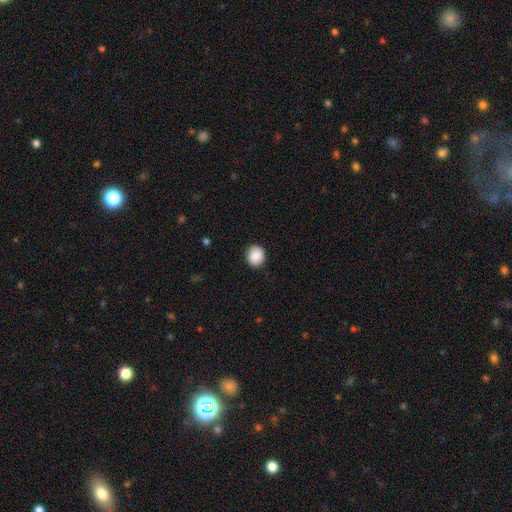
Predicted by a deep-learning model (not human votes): Overall: smooth (87%). How rounded: round (80%). Merging: none (88%).